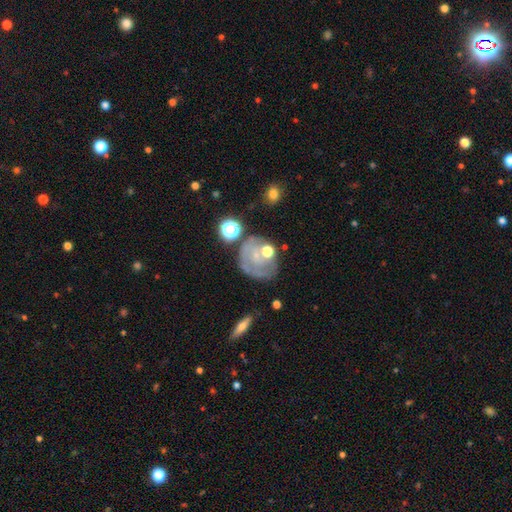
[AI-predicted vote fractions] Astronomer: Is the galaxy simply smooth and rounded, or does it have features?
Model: featured or disk — 54% (runner-up: smooth, 31%).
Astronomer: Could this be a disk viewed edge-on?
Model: no — 95%.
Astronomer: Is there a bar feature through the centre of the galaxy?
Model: no — 81%.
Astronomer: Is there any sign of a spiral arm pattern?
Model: no — 51% (runner-up: yes, 49%).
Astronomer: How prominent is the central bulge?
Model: small — 45% (runner-up: moderate, 29%).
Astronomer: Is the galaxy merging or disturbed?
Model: none — 50%.